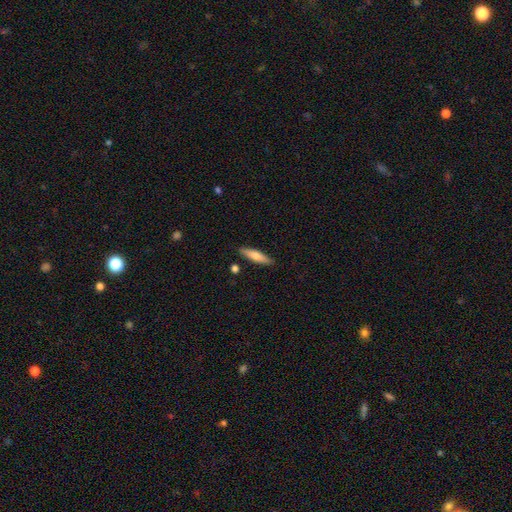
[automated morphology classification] A smooth galaxy with no disk features (68%) that is cigar-shaped (75%).

Vote fractions:
- Smooth or featured? smooth: 68% / featured or disk: 26% / star or artifact: 6%
- How rounded? cigar-shaped: 75% / in between: 23% / round: 2%
- Merging? none: 86% / minor disturbance: 10% / merger: 2% / major disturbance: 2%